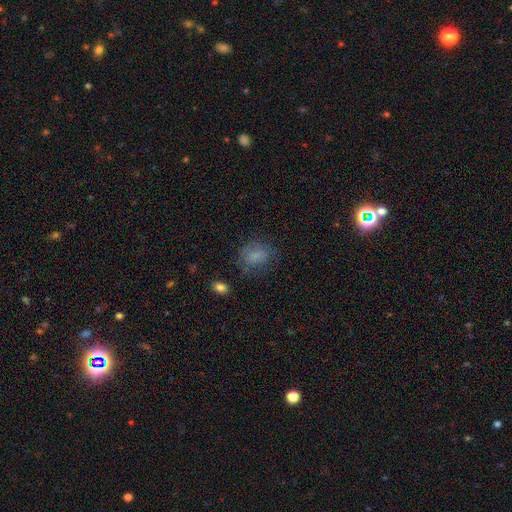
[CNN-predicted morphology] Smooth or featured? Predicted: smooth (p=0.76). How rounded? Predicted: round (p=0.53). Merging? Predicted: none (p=0.68).